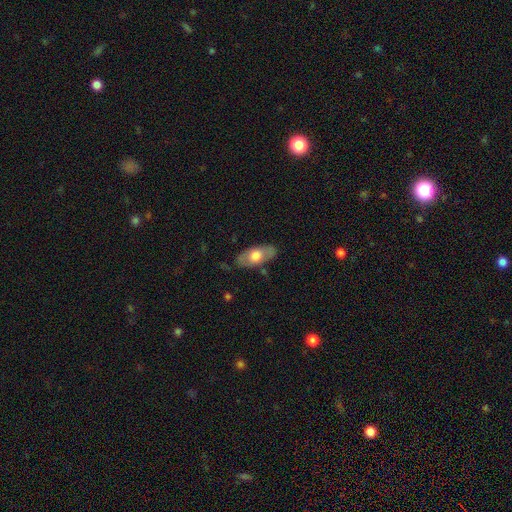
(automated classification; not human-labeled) Q: Smooth or featured?
A: smooth (56%); runner-up: featured or disk (38%)
Q: How rounded?
A: in between (86%); runner-up: cigar-shaped (10%)
Q: Merging?
A: none (79%); runner-up: minor disturbance (15%)